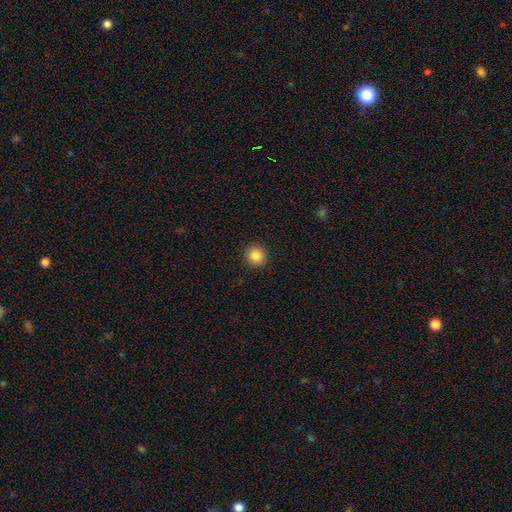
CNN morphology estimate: This is clearly a smooth galaxy (85%). How rounded: clearly round (93%). Merging: clearly none (93%).